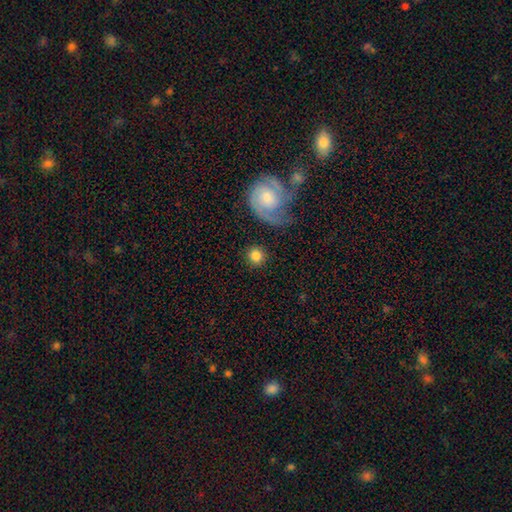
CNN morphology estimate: Smooth or featured?
  - smooth: 80% *
  - featured or disk: 13%
  - star or artifact: 7%
How rounded?
  - round: 92% *
  - in between: 7%
  - cigar-shaped: 1%
Merging?
  - none: 85% *
  - minor disturbance: 7%
  - merger: 4%
  - major disturbance: 4%